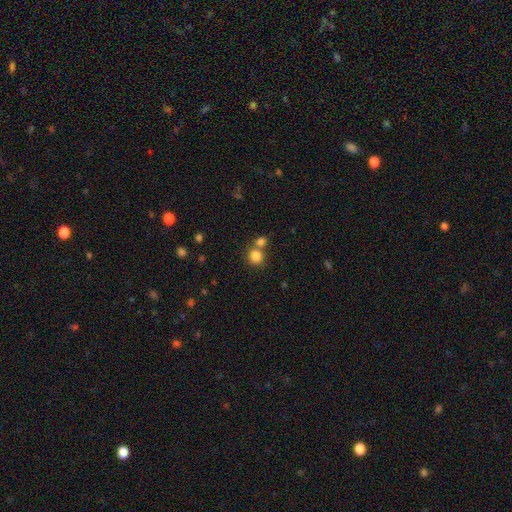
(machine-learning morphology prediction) Smooth or featured? Predicted: smooth (p=0.83). How rounded? Predicted: round (p=0.83). Merging? Predicted: none (p=0.54).